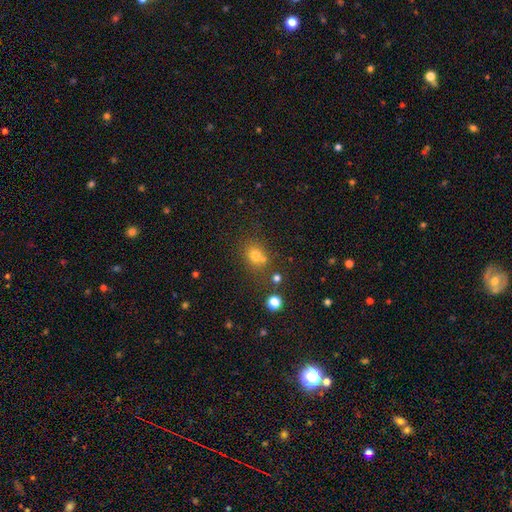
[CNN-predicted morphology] smooth 73%, star or artifact 17%, featured or disk 10%. Down the decision tree: how rounded — round (71%); merging — none (59%).